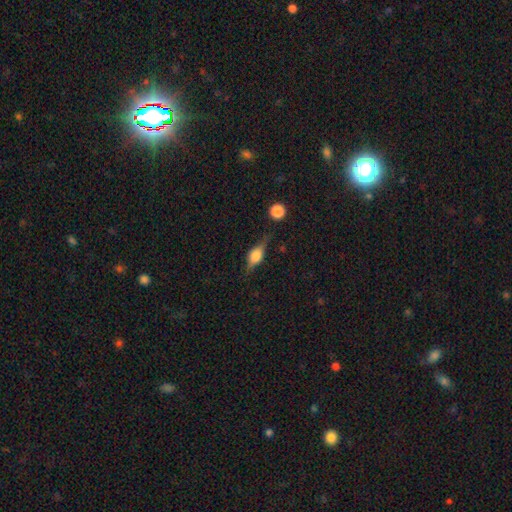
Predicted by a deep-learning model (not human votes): This appears to be a featured or disk galaxy (56%) viewed edge-on (93%) with a rounded central bulge (89%). Merging: none (71%).